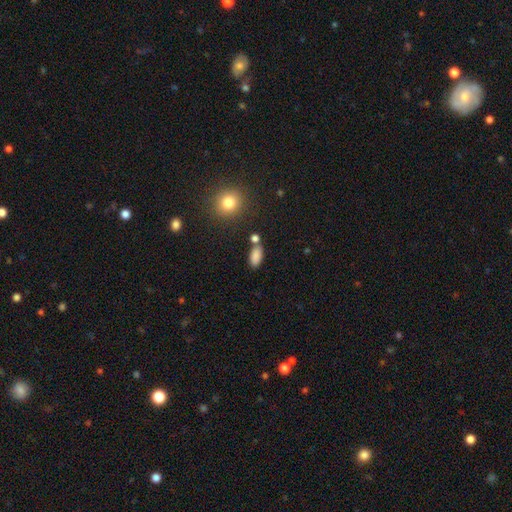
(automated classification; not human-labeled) A smooth galaxy with no disk features (86%) that is in between round and cigar-shaped (89%). Merging: none (70%).